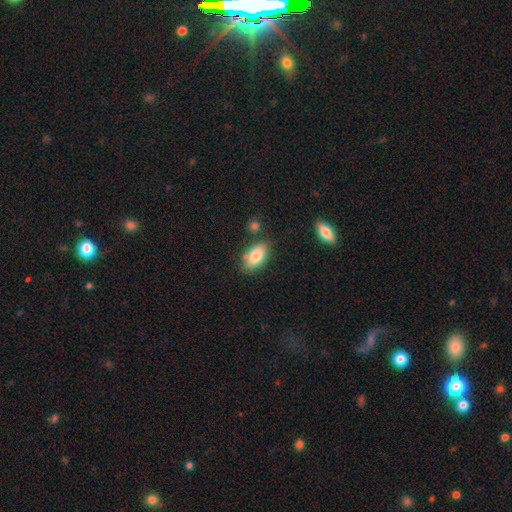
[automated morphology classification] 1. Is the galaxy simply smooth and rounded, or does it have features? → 81% smooth, 12% featured or disk, 7% star or artifact.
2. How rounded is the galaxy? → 90% in between, 6% cigar-shaped, 4% round.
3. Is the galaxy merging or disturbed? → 75% none, 15% minor disturbance, 6% merger, 3% major disturbance.